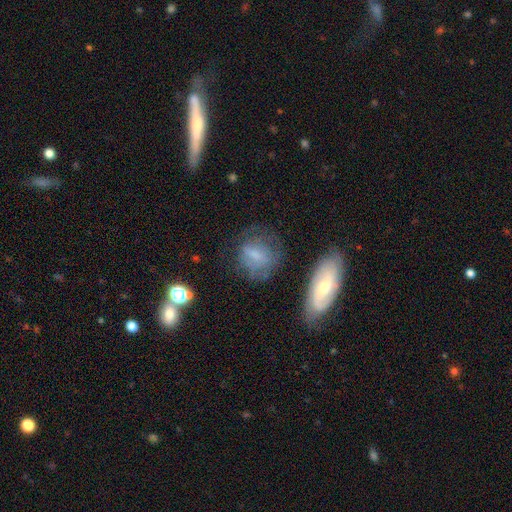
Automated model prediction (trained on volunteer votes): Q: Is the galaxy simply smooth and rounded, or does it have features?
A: smooth — 59%.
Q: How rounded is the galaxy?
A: in between — 52%.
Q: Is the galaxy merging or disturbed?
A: none — 55%.